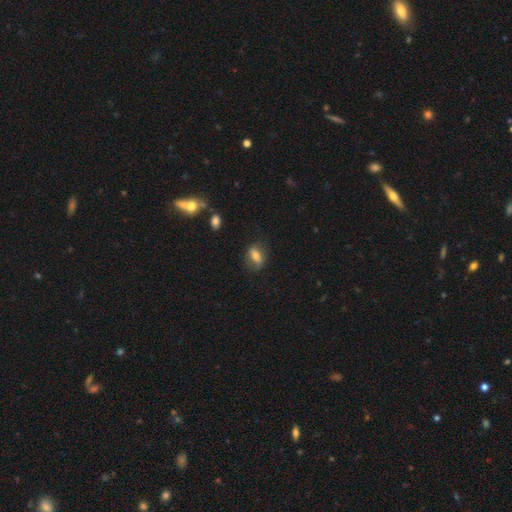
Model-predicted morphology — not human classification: smooth-or-featured: smooth: 66% | featured or disk: 25% | star or artifact: 9%
  how-rounded: in between: 71% | cigar-shaped: 15% | round: 14%
  merging: none: 76% | minor disturbance: 16% | major disturbance: 6% | merger: 2%